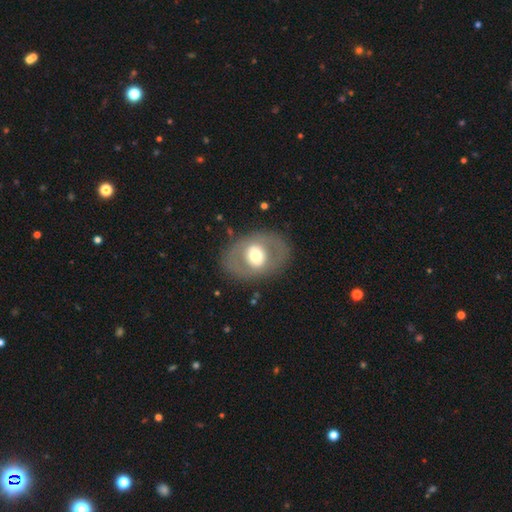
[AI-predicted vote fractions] This is possibly a featured or disk galaxy (49%). Merging: likely none (78%).